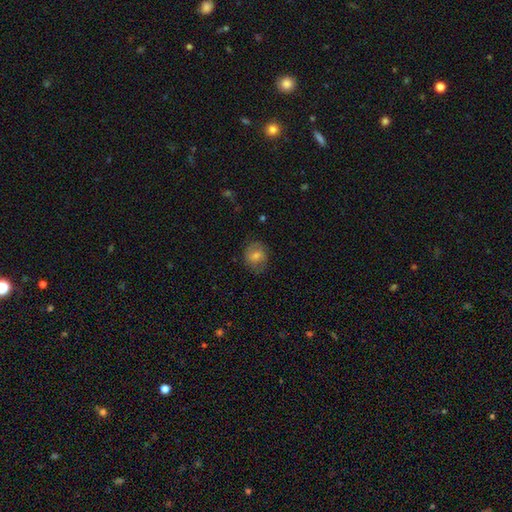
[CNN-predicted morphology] This appears to be a smooth galaxy with no disk features (58%) that is round (62%). Merging: none (77%).